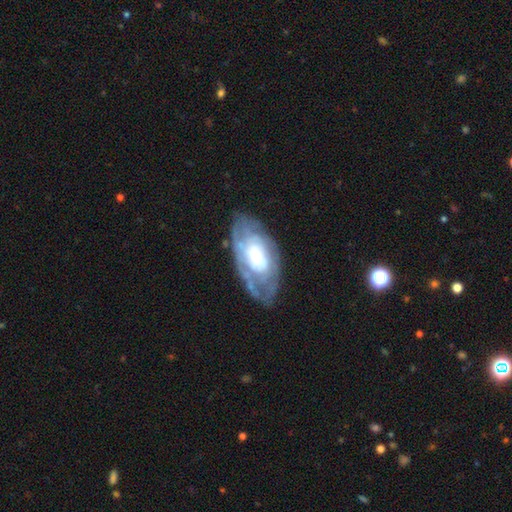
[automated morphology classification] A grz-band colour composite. It shows a featured or disk galaxy (69%) with no bar (78%), spiral arms (67%) and a moderate central bulge (36%). Merging: none (66%).